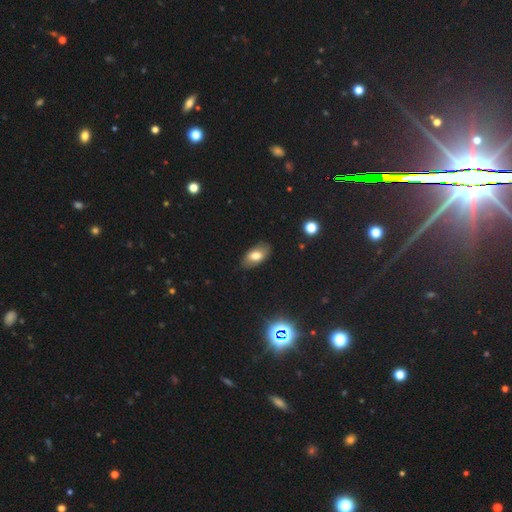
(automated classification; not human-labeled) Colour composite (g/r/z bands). It shows a smooth galaxy with no disk features (73%) that is in between round and cigar-shaped (92%). Merging: none (84%).